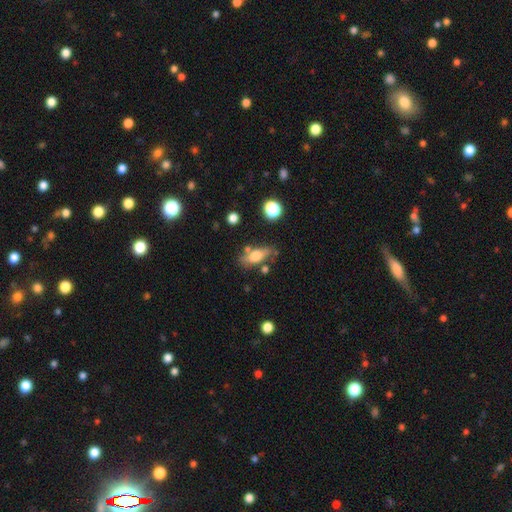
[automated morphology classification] type=smooth (60%); roundness=in between (67%); merging=none (65%).